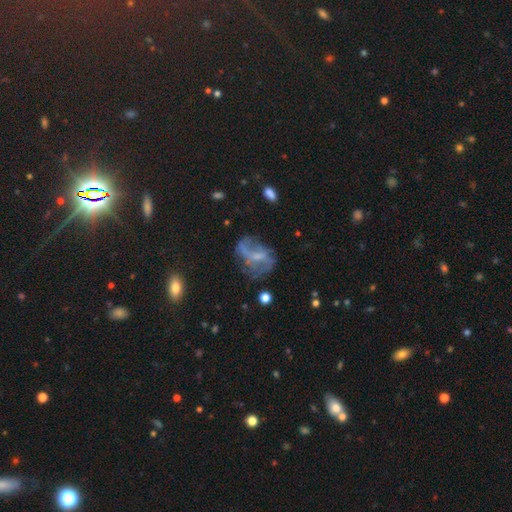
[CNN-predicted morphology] The model was most divided on "bar": weak: 46%, no: 36%, strong: 17%. Remaining: edge-on disk — no (96%); spiral arms — yes (76%); smooth or featured — featured or disk (69%); spiral winding — loose (63%); spiral arm count — 2 (63%); merging — none (48%); bulge size — small (45%).